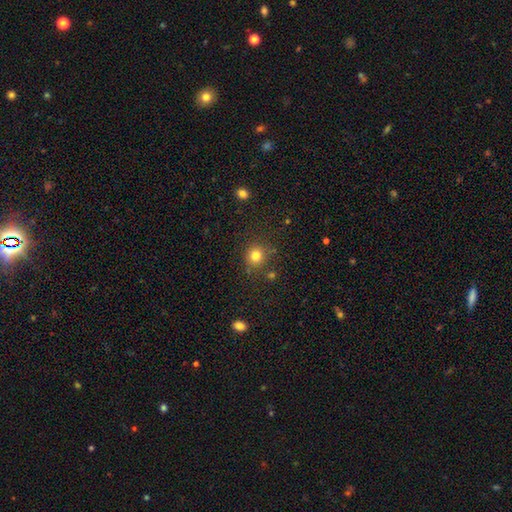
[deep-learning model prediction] The model was most divided on "smooth or featured": smooth: 80%, star or artifact: 14%, featured or disk: 6%. More confident: how rounded — round (90%); merging — none (82%).